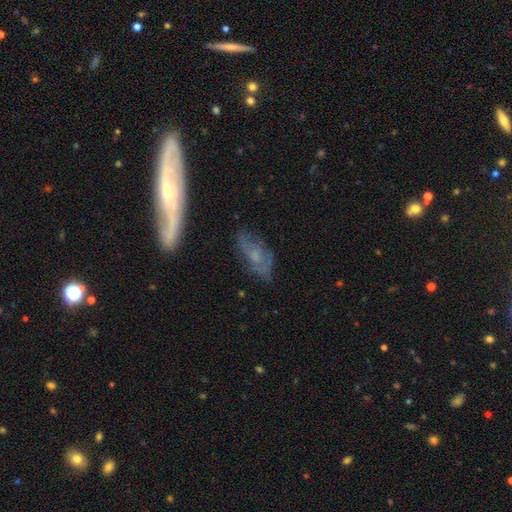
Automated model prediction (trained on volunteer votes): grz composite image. It shows a featured or disk galaxy (54%). Merging: none (58%).